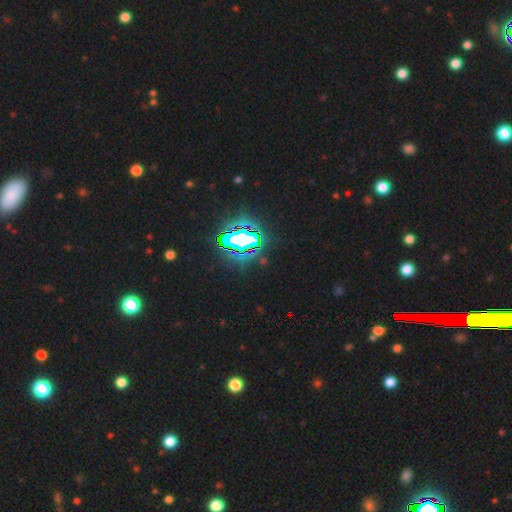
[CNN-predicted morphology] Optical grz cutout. It shows a star or artifact, not a galaxy (83%).